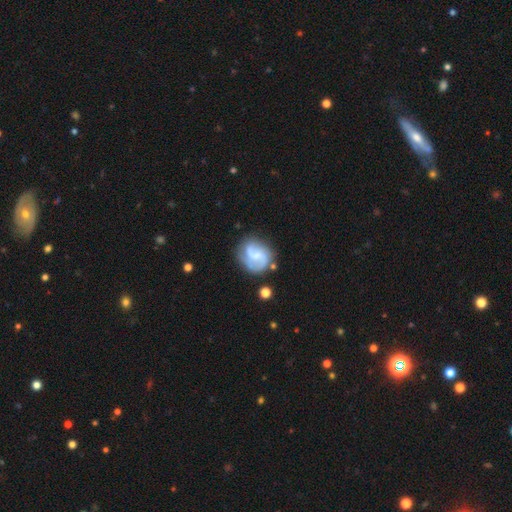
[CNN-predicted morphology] A featured or disk galaxy (72%) with no bar (50%), 2 (67%) medium (45%) spiral arms (92%) and a small central bulge (46%). Merging: none (63%).